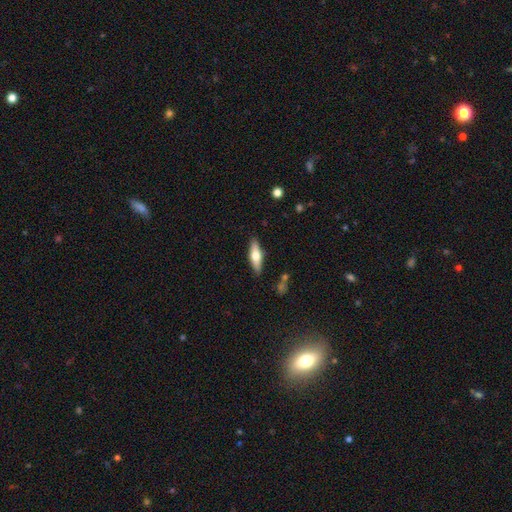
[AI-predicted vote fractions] The model was most divided on "smooth or featured": smooth: 51%, featured or disk: 44%, star or artifact: 6%. More confident: merging — none (86%); how rounded — cigar-shaped (55%).